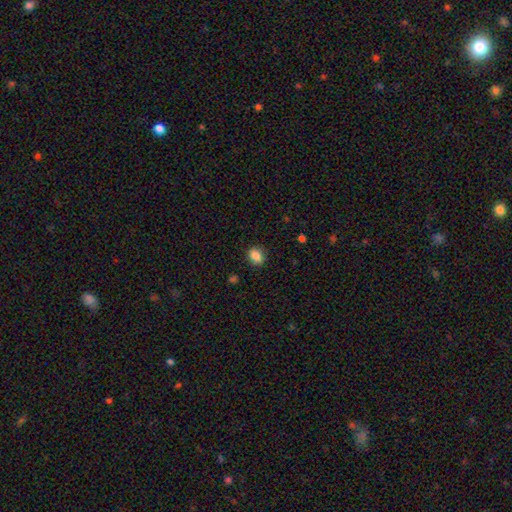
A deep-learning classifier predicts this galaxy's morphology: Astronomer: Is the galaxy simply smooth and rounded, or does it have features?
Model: smooth — 86%.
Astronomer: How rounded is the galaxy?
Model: in between — 53% (runner-up: round, 46%).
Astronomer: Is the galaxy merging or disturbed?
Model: none — 87%.